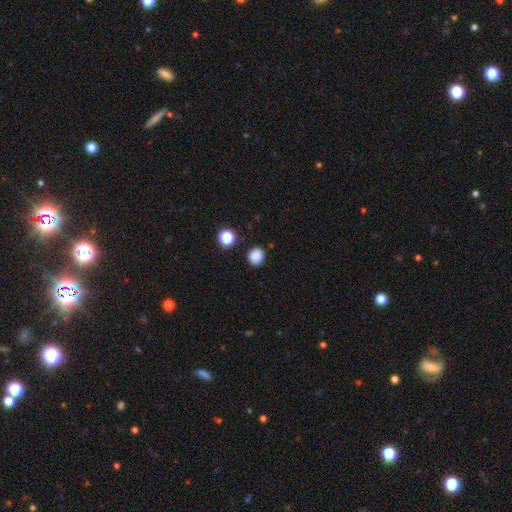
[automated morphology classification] A smooth galaxy with no disk features (86%) that is round (85%). Merging: none (89%).